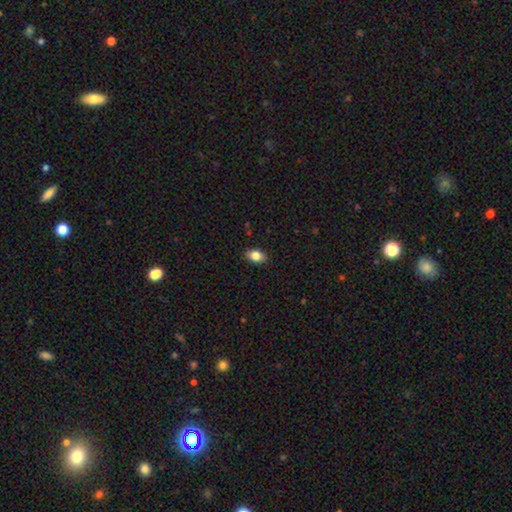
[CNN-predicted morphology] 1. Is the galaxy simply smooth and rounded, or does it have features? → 83% smooth, 9% star or artifact, 8% featured or disk.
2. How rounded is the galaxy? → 82% in between, 16% round, 2% cigar-shaped.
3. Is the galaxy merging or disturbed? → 87% none, 10% minor disturbance, 2% major disturbance, 1% merger.